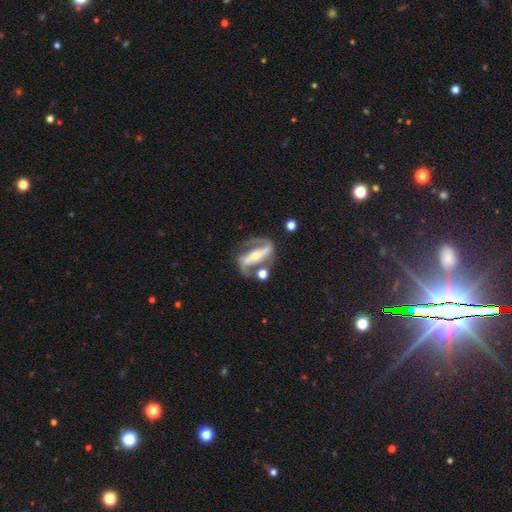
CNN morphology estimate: Q: Smooth or featured?
A: featured or disk (89%); runner-up: smooth (6%)
Q: Edge-on disk?
A: no (91%); runner-up: yes (9%)
Q: Bar?
A: strong (74%); runner-up: weak (13%)
Q: Spiral arms?
A: yes (92%); runner-up: no (8%)
Q: Spiral winding?
A: medium (46%); runner-up: loose (31%)
Q: Spiral arm count?
A: 2 (91%); runner-up: 1 (3%)
Q: Bulge size?
A: moderate (47%); tied with: small (47%)
Q: Merging?
A: none (71%); runner-up: minor disturbance (14%)